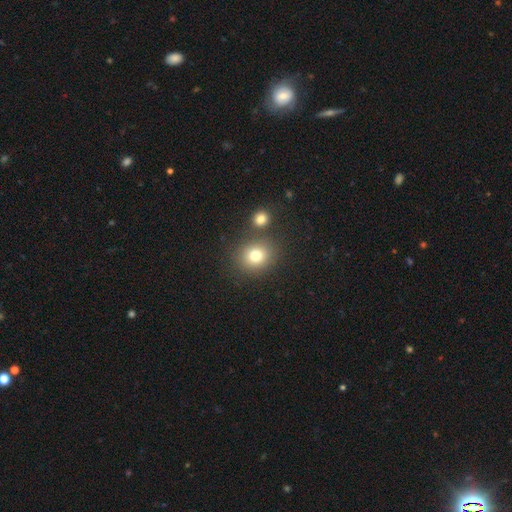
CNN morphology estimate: Smooth or featured? Predicted: smooth (p=0.78). How rounded? Predicted: round (p=0.76). Merging? Predicted: none (p=0.75).